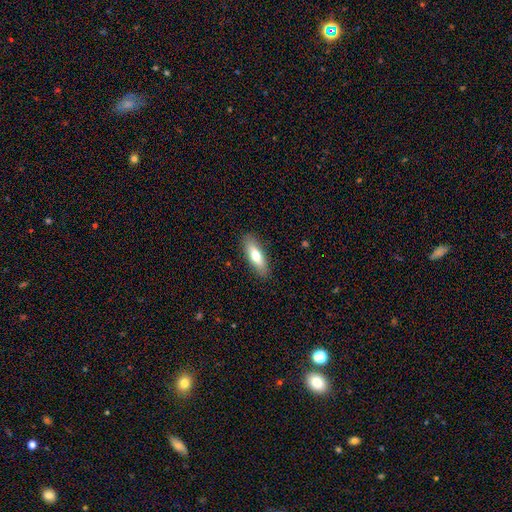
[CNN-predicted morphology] type=smooth (68%); roundness=in between (52%); merging=none (88%).